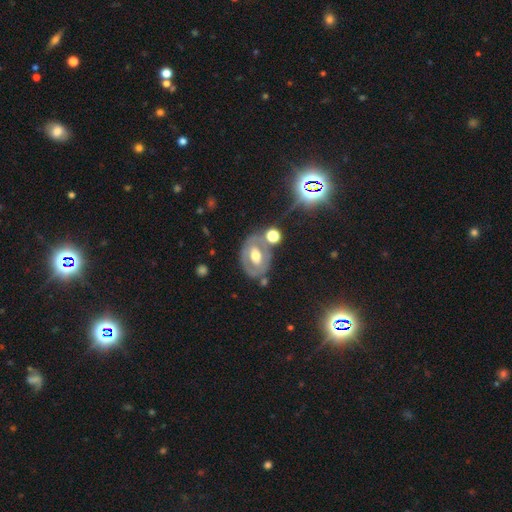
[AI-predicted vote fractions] Q: Smooth or featured?
A: featured or disk (61%); runner-up: smooth (30%)
Q: Edge-on disk?
A: no (92%); runner-up: yes (8%)
Q: Bar?
A: no (45%); runner-up: weak (35%)
Q: Spiral arms?
A: no (68%); runner-up: yes (32%)
Q: Bulge size?
A: moderate (71%); runner-up: large (16%)
Q: Merging?
A: none (59%); runner-up: minor disturbance (19%)